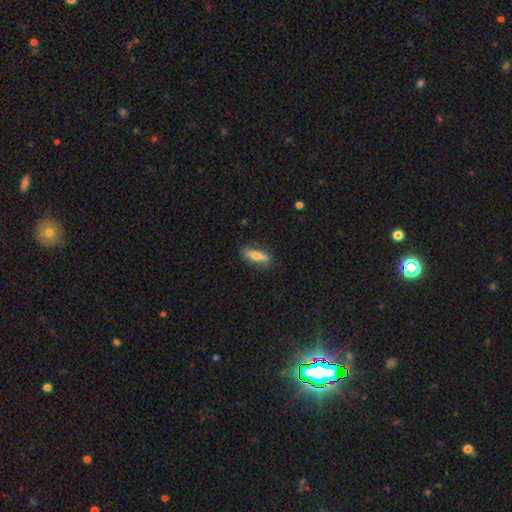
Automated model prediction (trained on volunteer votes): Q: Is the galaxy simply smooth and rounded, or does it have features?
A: smooth — 55%.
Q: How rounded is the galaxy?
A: cigar-shaped — 53%.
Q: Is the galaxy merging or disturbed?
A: none — 76%.